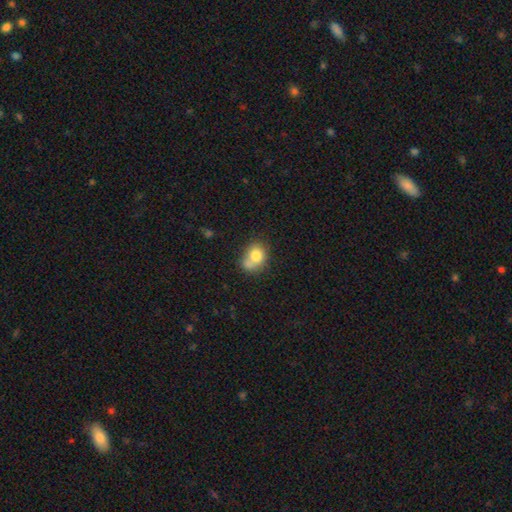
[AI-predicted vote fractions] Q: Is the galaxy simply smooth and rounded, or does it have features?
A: smooth — 77%.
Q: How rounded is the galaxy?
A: round — 54%.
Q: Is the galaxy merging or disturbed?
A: none — 38%.